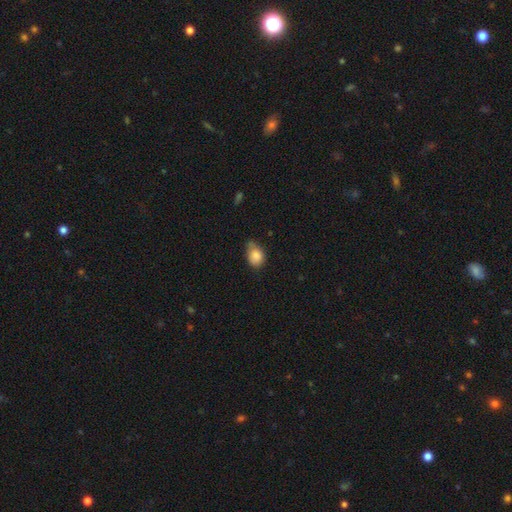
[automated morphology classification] smooth 83%, star or artifact 9%, featured or disk 8%. Down the decision tree: how rounded — in between (60%); merging — none (47%).